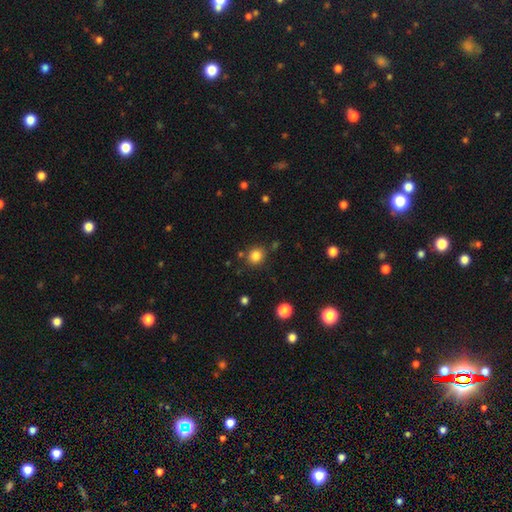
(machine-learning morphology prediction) A smooth galaxy with no disk features (83%) that is round (81%).

Vote fractions:
- Smooth or featured? smooth: 83% / star or artifact: 12% / featured or disk: 5%
- How rounded? round: 81% / in between: 19% / cigar-shaped: 1%
- Merging? none: 82% / minor disturbance: 9% / merger: 5% / major disturbance: 3%